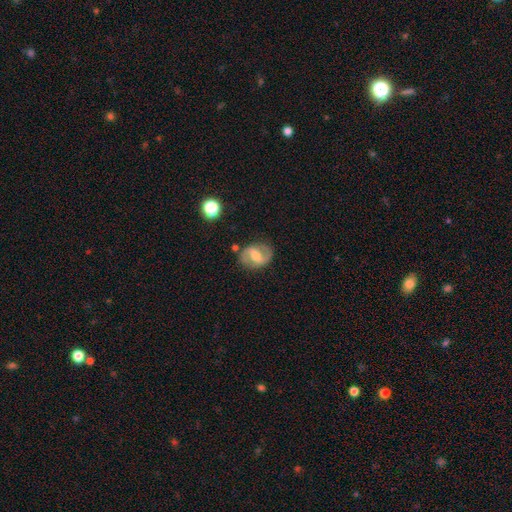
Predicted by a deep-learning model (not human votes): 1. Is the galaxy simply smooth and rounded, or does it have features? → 68% featured or disk, 25% smooth, 7% star or artifact.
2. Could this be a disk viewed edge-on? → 97% no, 3% yes.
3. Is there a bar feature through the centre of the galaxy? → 47% weak, 34% strong, 19% no.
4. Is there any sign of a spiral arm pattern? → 84% yes, 16% no.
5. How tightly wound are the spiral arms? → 49% medium, 30% loose, 21% tight.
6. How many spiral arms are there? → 87% 2, 7% can't tell, 3% 1, 1% 3, 1% 4, 1% more than 4.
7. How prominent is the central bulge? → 62% moderate, 27% small, 7% large, 3% none, 1% dominant.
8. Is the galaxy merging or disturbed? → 77% none, 15% minor disturbance, 5% major disturbance, 3% merger.